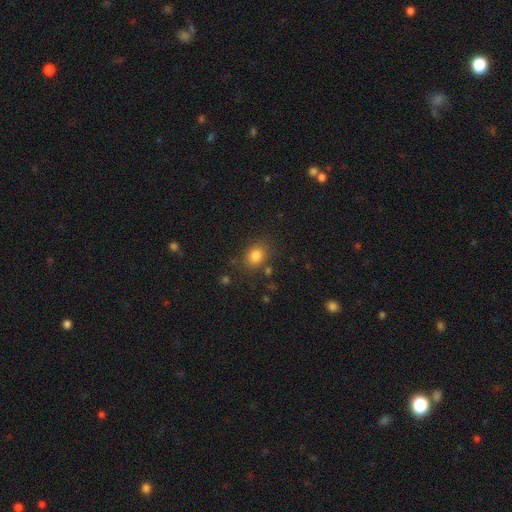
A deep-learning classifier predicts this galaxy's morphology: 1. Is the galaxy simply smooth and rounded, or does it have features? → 82% smooth, 12% star or artifact, 7% featured or disk.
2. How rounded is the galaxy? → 51% in between, 48% round, 1% cigar-shaped.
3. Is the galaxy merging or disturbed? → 79% none, 13% minor disturbance, 5% major disturbance, 4% merger.